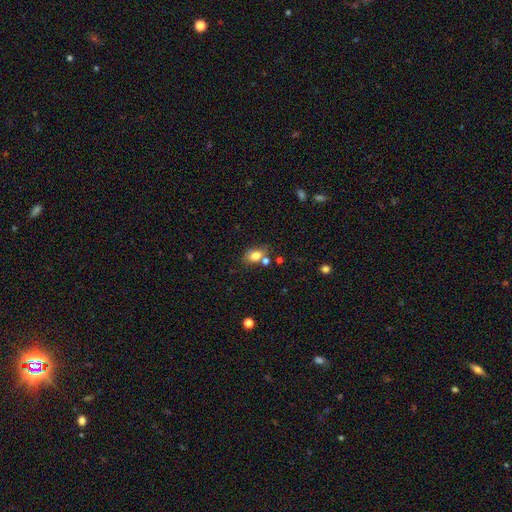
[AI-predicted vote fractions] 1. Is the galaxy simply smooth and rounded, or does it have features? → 78% smooth, 11% featured or disk, 11% star or artifact.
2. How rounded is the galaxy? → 71% in between, 28% round, 2% cigar-shaped.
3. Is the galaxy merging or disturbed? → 60% none, 18% merger, 17% minor disturbance, 5% major disturbance.